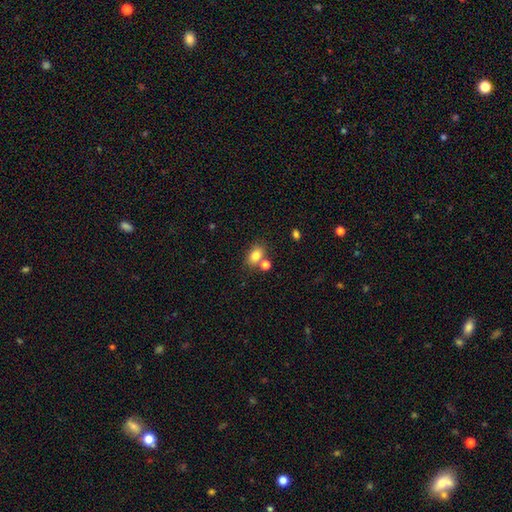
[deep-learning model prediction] This is clearly a smooth galaxy (80%). How rounded: likely in between (74%). Merging: likely none (61%).